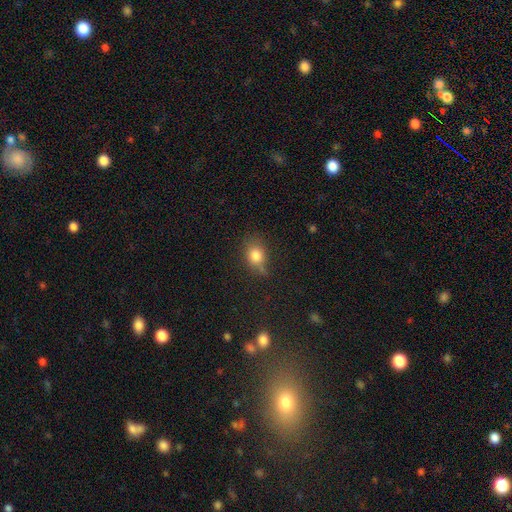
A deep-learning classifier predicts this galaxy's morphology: smooth_or_featured: smooth (p=0.78) [alt: star or artifact p=0.12]
how_rounded: in between (p=0.52) [alt: round p=0.46]
merging: none (p=0.52) [alt: minor disturbance p=0.31]